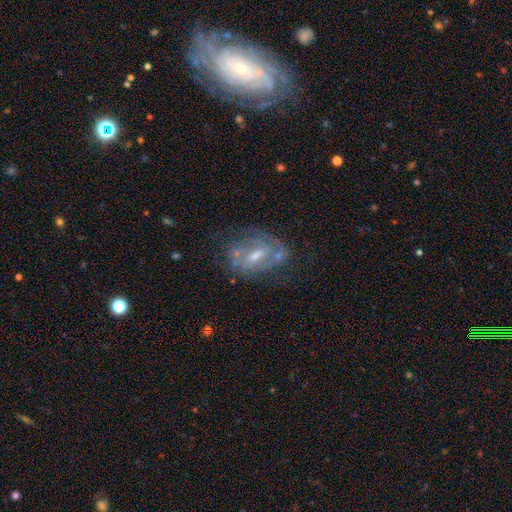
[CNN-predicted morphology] Smooth or featured? Predicted: featured or disk (p=0.76). Edge-on disk? Predicted: no (p=0.95). Bar? Predicted: weak (p=0.53). Spiral arms? Predicted: yes (p=0.76). Spiral winding? Predicted: tight (p=0.47). Spiral arm count? Predicted: 2 (p=0.42). Bulge size? Predicted: moderate (p=0.54). Merging? Predicted: none (p=0.55).